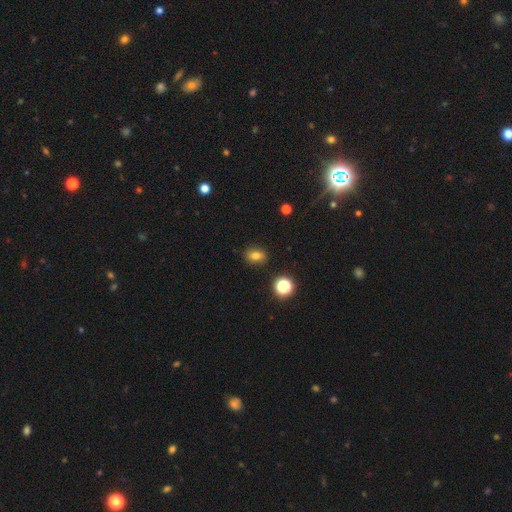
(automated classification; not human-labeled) A smooth galaxy with no disk features (76%) that is in between round and cigar-shaped (60%).

Vote fractions:
- Smooth or featured? smooth: 76% / star or artifact: 15% / featured or disk: 9%
- How rounded? in between: 60% / round: 38% / cigar-shaped: 2%
- Merging? none: 87% / minor disturbance: 9% / major disturbance: 2% / merger: 2%